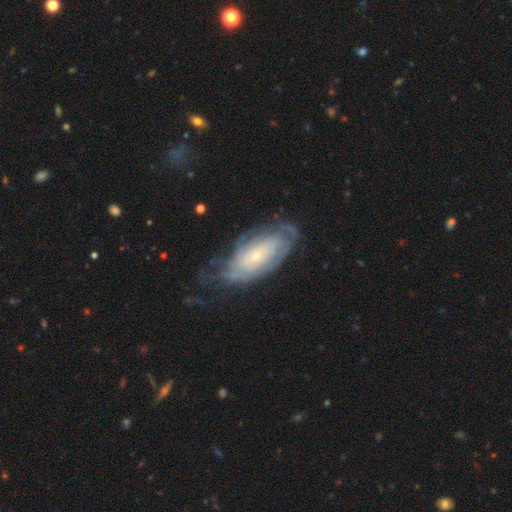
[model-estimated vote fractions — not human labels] Smooth or featured? featured or disk (71%)
Edge-on disk? no (91%)
Bar? no (78%)
Spiral arms? yes (82%)
Spiral winding? tight (71%)
Spiral arm count? can't tell (62%)
Bulge size? small (77%)
Merging? none (58%)